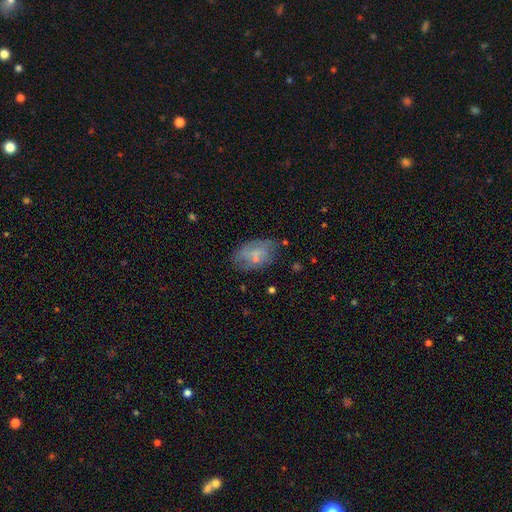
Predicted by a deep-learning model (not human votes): smooth-or-featured: smooth: 53% | featured or disk: 36% | star or artifact: 11%
  how-rounded: in between: 88% | round: 10% | cigar-shaped: 2%
  merging: none: 61% | minor disturbance: 25% | major disturbance: 11% | merger: 3%